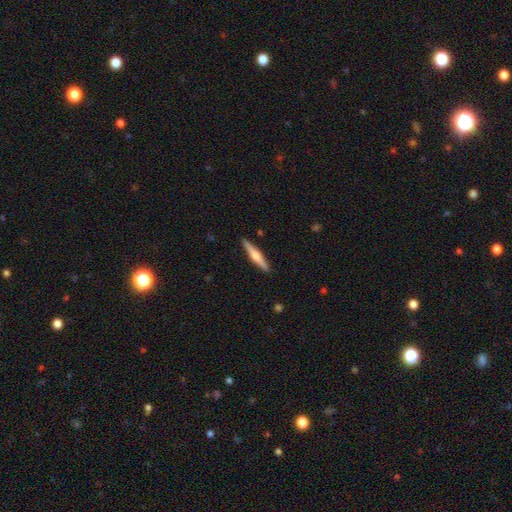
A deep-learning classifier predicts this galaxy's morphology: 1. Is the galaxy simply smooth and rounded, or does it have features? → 53% featured or disk, 41% smooth, 5% star or artifact.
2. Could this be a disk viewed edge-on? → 97% yes, 3% no.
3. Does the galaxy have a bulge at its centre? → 82% rounded, 10% boxy, 8% none.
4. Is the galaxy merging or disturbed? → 90% none, 7% minor disturbance, 1% major disturbance, 1% merger.